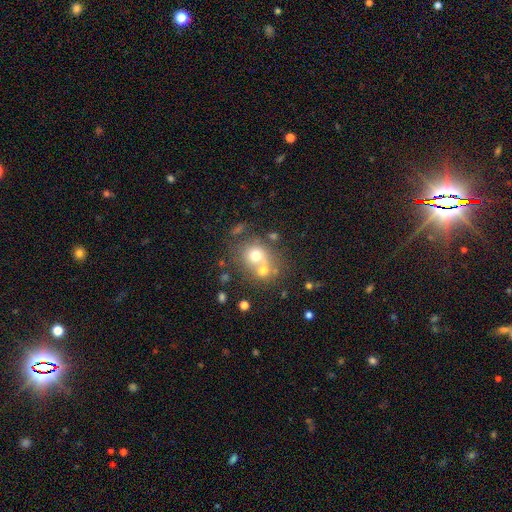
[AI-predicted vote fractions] This is likely a smooth galaxy (64%). How rounded: likely round (76%). Merging: possibly merger (48%).